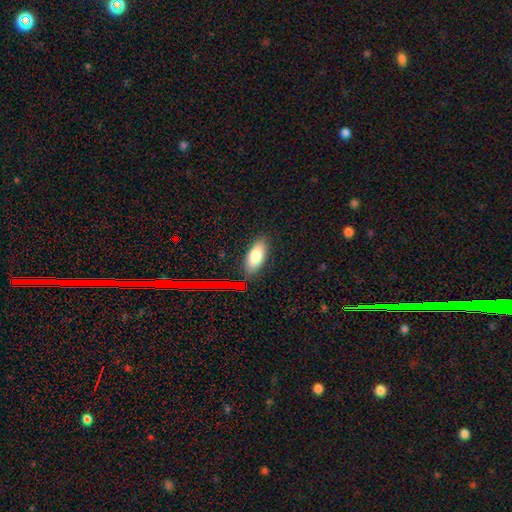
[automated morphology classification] Smooth or featured?
  - smooth: 79% *
  - featured or disk: 12%
  - star or artifact: 9%
How rounded?
  - in between: 84% *
  - cigar-shaped: 14%
  - round: 3%
Merging?
  - none: 84% *
  - minor disturbance: 10%
  - merger: 3%
  - major disturbance: 3%